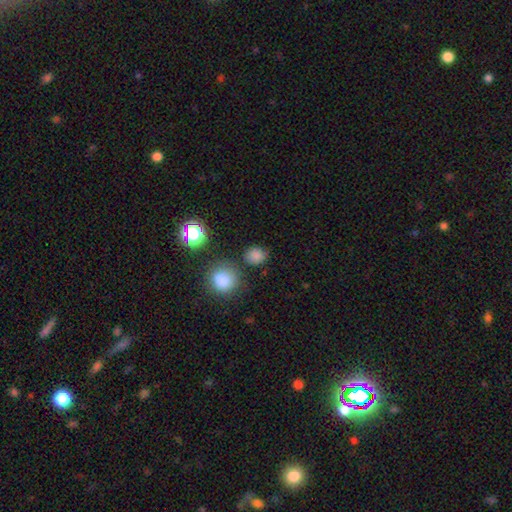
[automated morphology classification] smooth-or-featured: smooth: 80% | star or artifact: 16% | featured or disk: 5%
  how-rounded: round: 71% | in between: 28% | cigar-shaped: 1%
  merging: none: 77% | minor disturbance: 13% | merger: 6% | major disturbance: 4%